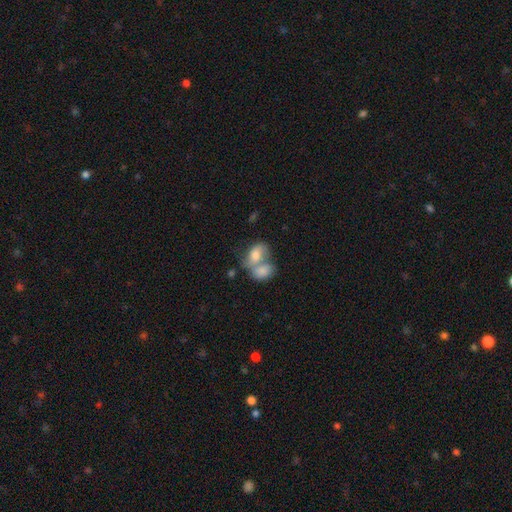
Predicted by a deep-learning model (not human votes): A smooth galaxy with no disk features (68%) that is in between round and cigar-shaped (79%). Merging: merger (71%).